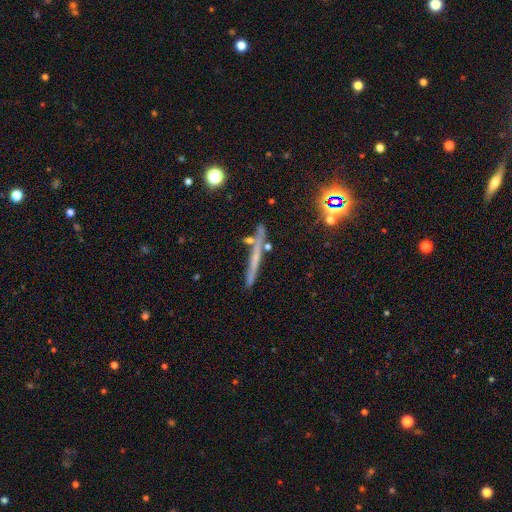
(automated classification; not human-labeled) A featured or disk galaxy (45%). Merging: none (79%).